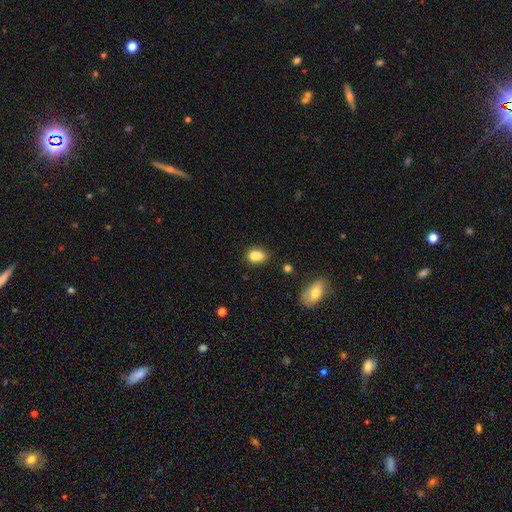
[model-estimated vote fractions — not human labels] This is likely a smooth galaxy (79%). How rounded: likely in between (73%). Merging: possibly none (48%).